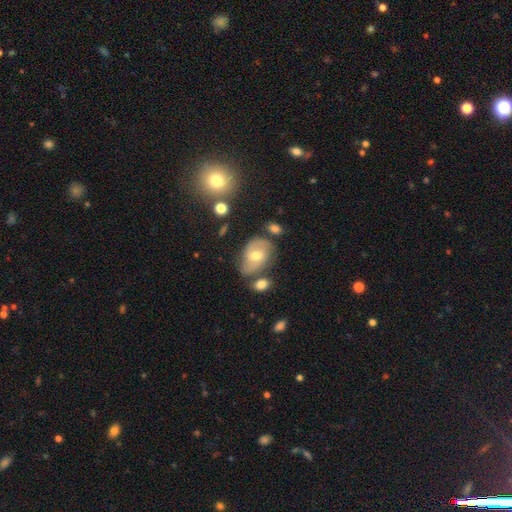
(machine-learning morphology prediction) featured or disk 50%, smooth 40%, star or artifact 9%. Down the decision tree: edge-on disk — no (94%); merging — none (55%).